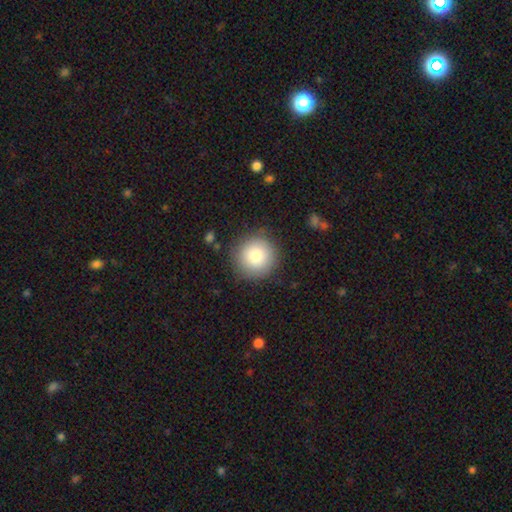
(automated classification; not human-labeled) Morphology: type=smooth (83%); roundness=round (95%); merging=none (87%).